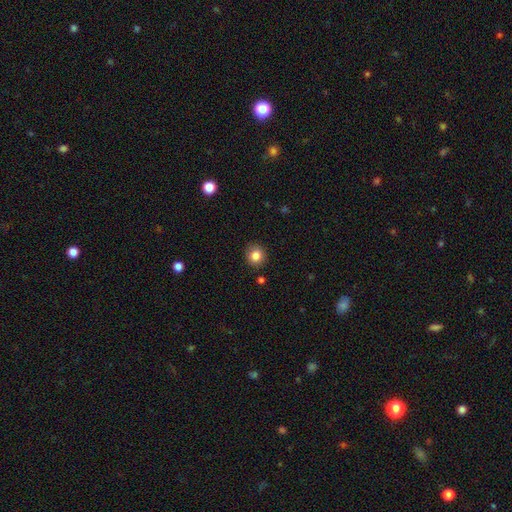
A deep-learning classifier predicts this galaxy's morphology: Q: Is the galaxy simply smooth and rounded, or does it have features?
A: smooth — 84%.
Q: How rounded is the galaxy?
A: round — 87%.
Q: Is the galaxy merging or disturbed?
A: none — 89%.